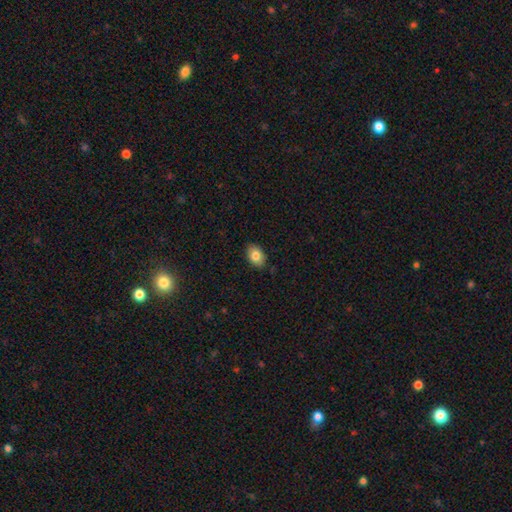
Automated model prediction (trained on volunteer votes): smooth-or-featured: smooth: 83% | featured or disk: 9% | star or artifact: 8%
  how-rounded: in between: 82% | round: 17% | cigar-shaped: 1%
  merging: none: 87% | minor disturbance: 10% | major disturbance: 2% | merger: 1%